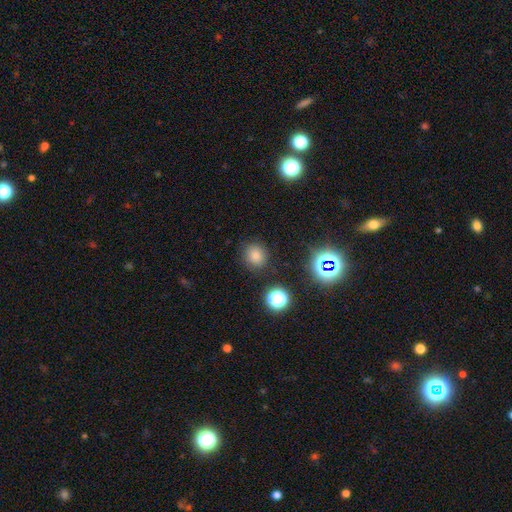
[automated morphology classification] smooth 75%, star or artifact 19%, featured or disk 6%. Down the decision tree: how rounded — round (84%); merging — none (86%).